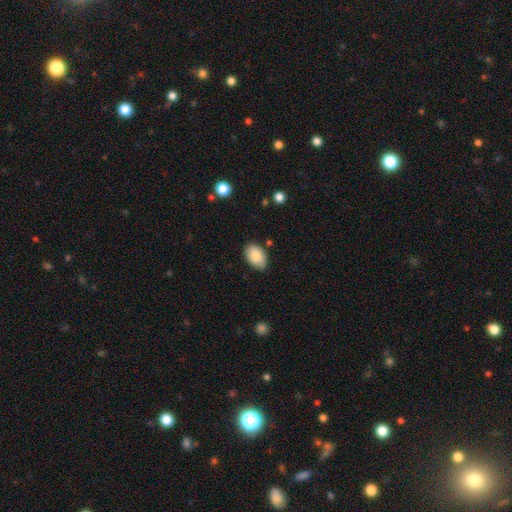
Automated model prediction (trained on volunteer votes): Morphology: type=smooth (85%); roundness=in between (90%); merging=none (78%).